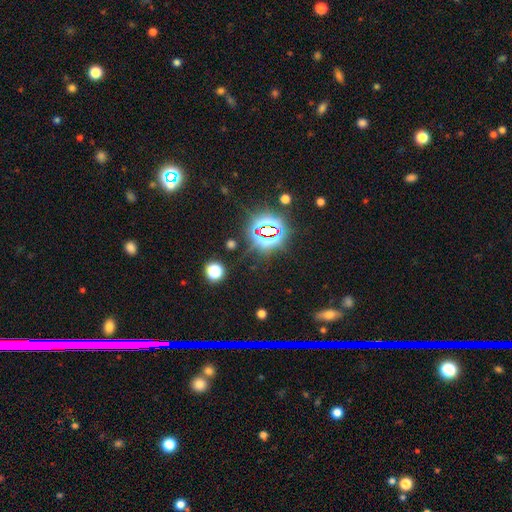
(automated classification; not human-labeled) This appears to be a star or artifact, not a galaxy (75%).